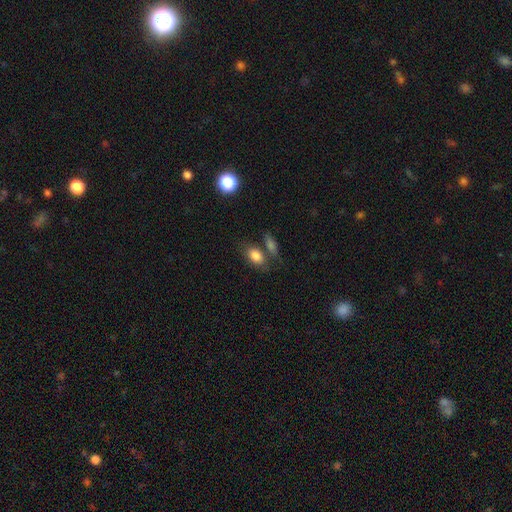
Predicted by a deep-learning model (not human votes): This appears to be a smooth galaxy with no disk features (83%) that is in between round and cigar-shaped (85%). Merging: none (59%).